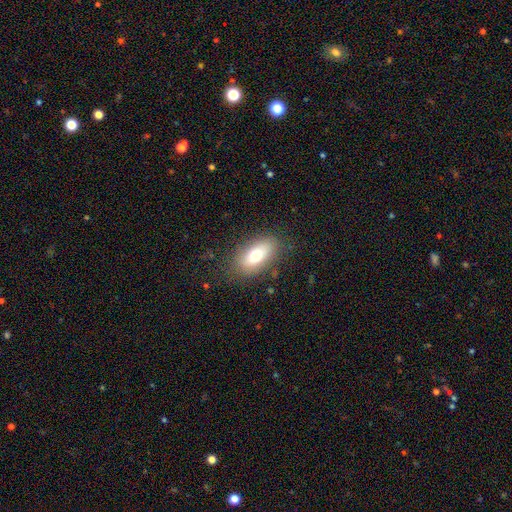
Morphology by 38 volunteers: smooth_or_featured: smooth (p=0.76) [alt: featured or disk p=0.21]
how_rounded: in between (p=1.00)
merging: none (p=0.92) [alt: minor disturbance p=0.05]